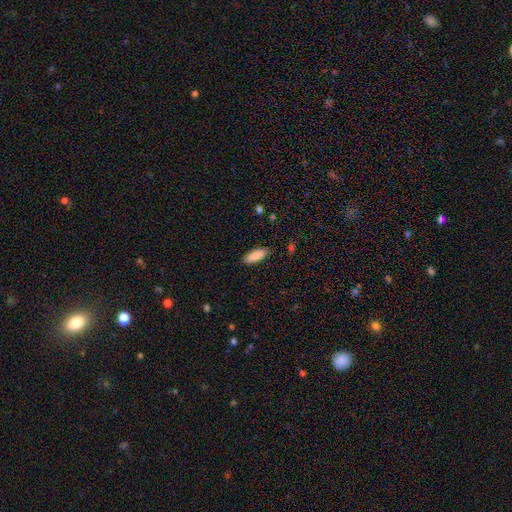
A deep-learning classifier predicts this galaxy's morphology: Smooth or featured? smooth (87%)
How rounded? in between (73%)
Merging? none (87%)